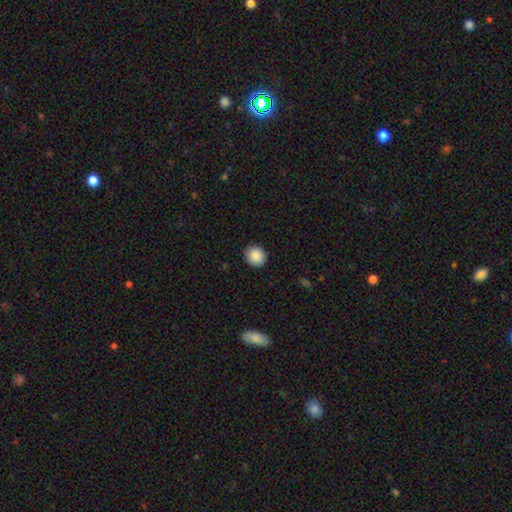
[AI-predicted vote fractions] smooth 88%, star or artifact 8%, featured or disk 4%. Down the decision tree: how rounded — round (77%); merging — none (89%).